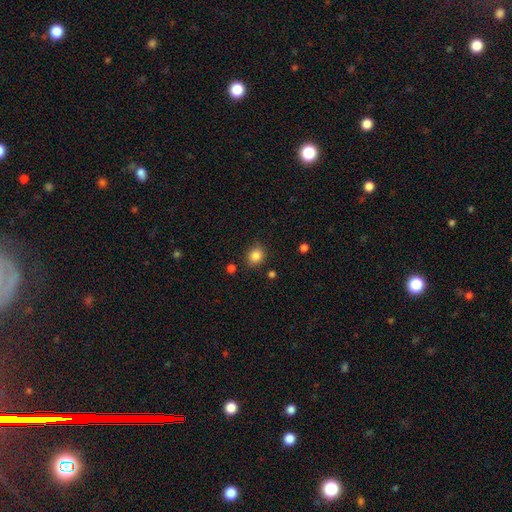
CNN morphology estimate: type=smooth (85%); roundness=round (65%); merging=none (81%).